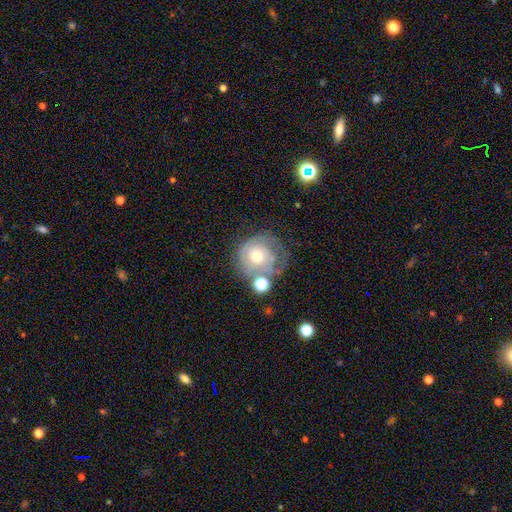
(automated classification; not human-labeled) Q: Smooth or featured?
A: featured or disk (50%); runner-up: smooth (40%)
Q: Merging?
A: none (47%); runner-up: minor disturbance (23%)